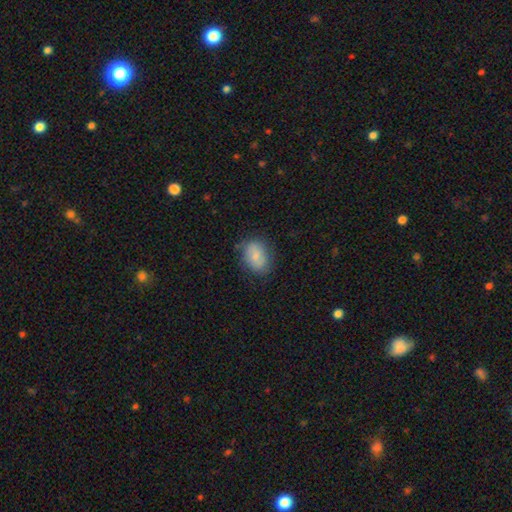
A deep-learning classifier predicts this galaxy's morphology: smooth 75%, featured or disk 18%, star or artifact 7%. Down the decision tree: how rounded — in between (72%); merging — none (77%).